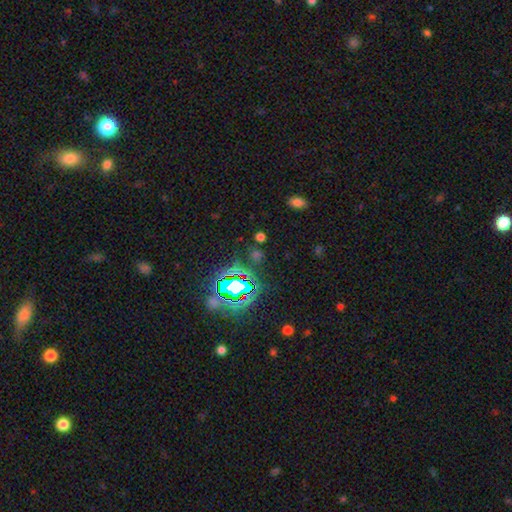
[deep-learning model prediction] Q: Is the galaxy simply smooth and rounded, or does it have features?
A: star or artifact — 70%.